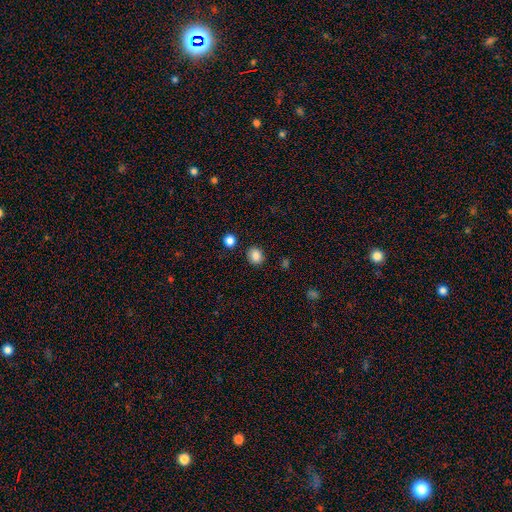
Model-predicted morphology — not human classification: Smooth or featured? smooth (85%)
How rounded? round (70%)
Merging? none (88%)